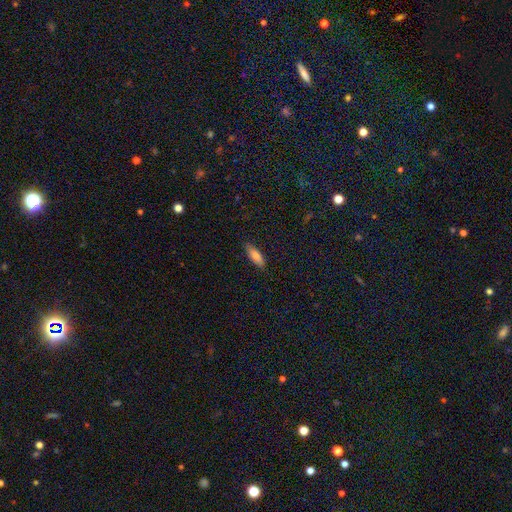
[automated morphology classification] Q: Smooth or featured?
A: smooth (80%); runner-up: featured or disk (13%)
Q: How rounded?
A: in between (63%); runner-up: cigar-shaped (35%)
Q: Merging?
A: none (84%); runner-up: minor disturbance (12%)